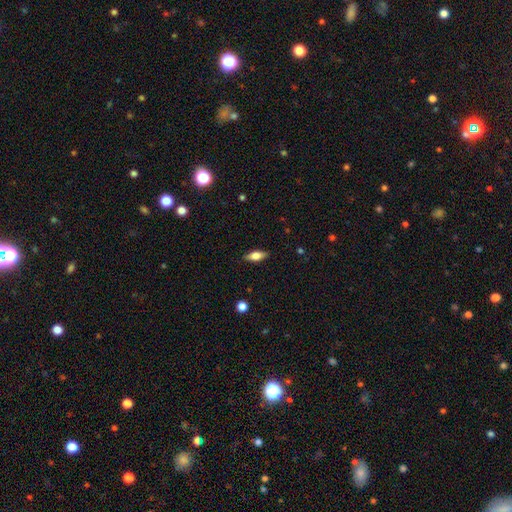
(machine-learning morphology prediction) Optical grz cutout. It shows a smooth galaxy with no disk features (63%) that is in between round and cigar-shaped (74%). Merging: none (87%).